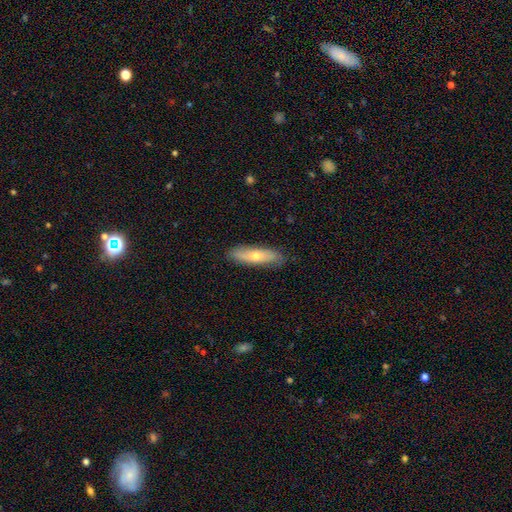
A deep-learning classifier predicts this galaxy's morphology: Overall: smooth (57%; featured or disk 37%). How rounded: cigar-shaped (63%; in between 35%). Merging: none (83%).